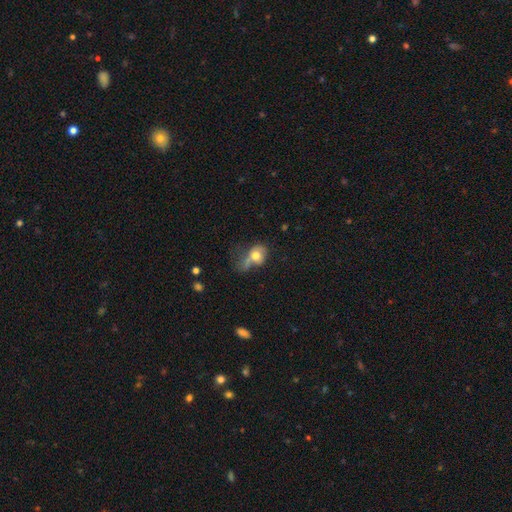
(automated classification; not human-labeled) Morphology: type=smooth (71%); roundness=in between (52%); merging=major disturbance (29%).